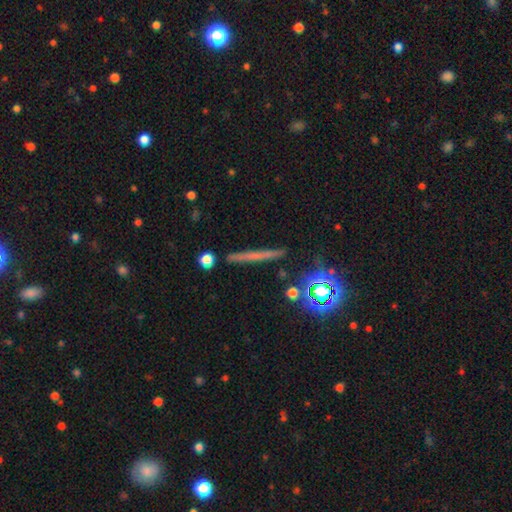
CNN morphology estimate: smooth 43%, featured or disk 39%, star or artifact 18%. Down the decision tree: merging — none (87%).